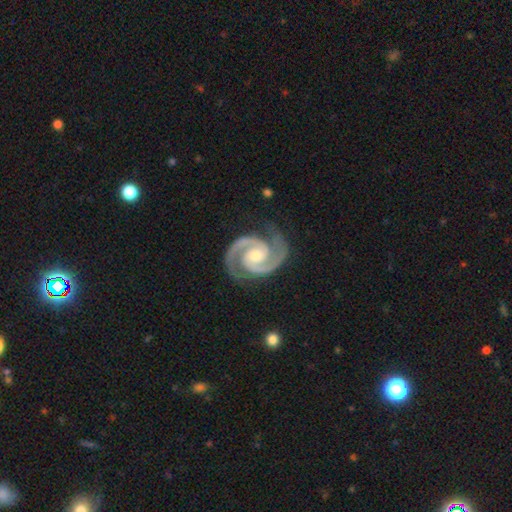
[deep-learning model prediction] Morphology: type=featured or disk (95%); edge-on=no (99%); bar=no (53%); spiral arms=yes (99%); winding=medium (48%); arm count=2 (95%); bulge=moderate (59%); merging=none (82%).